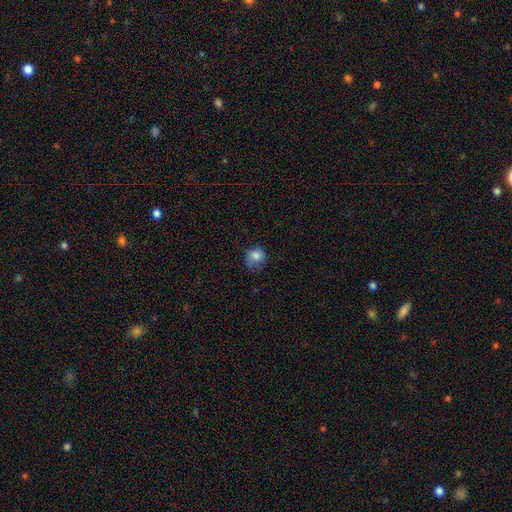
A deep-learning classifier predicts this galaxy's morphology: Smooth or featured?
  - smooth: 83% *
  - star or artifact: 10%
  - featured or disk: 7%
How rounded?
  - round: 75% *
  - in between: 24%
  - cigar-shaped: 1%
Merging?
  - none: 59% *
  - minor disturbance: 29%
  - major disturbance: 11%
  - merger: 1%